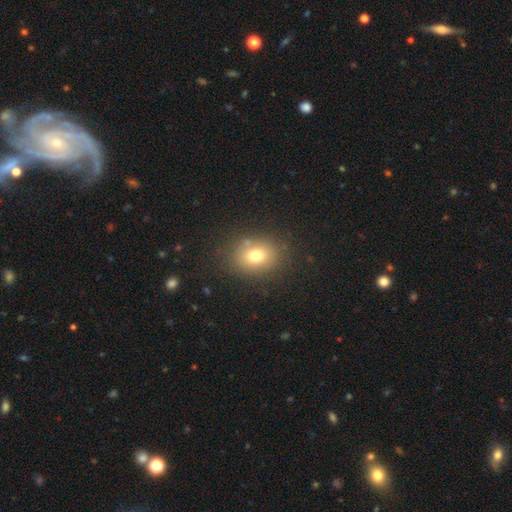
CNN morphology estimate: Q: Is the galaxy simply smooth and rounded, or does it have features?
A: smooth — 74%.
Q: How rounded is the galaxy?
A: in between — 55%.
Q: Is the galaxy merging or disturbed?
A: none — 81%.